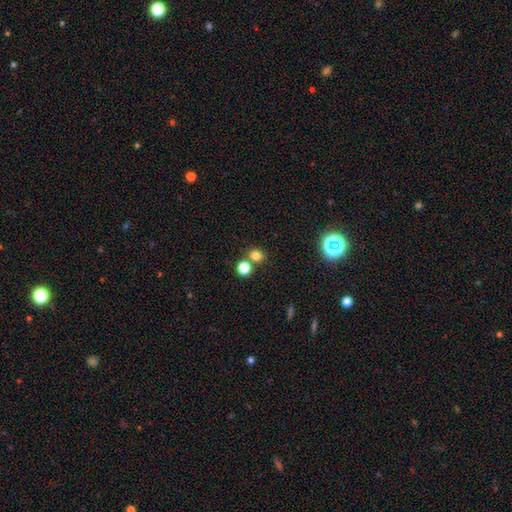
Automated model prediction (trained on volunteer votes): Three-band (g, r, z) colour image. It shows a smooth galaxy with no disk features (77%) that is round (74%). Merging: none (66%).